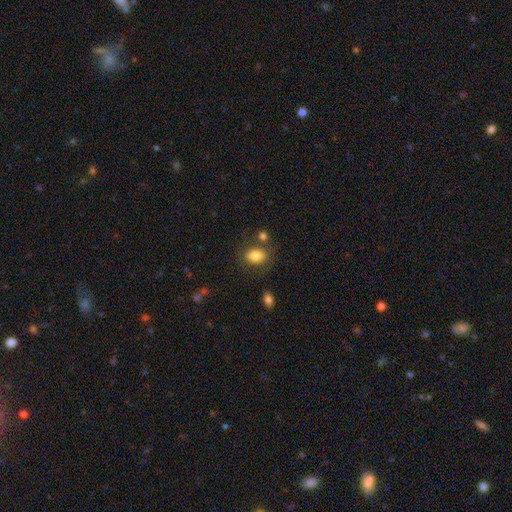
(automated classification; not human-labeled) Smooth or featured? Predicted: smooth (p=0.82). How rounded? Predicted: in between (p=0.68). Merging? Predicted: none (p=0.74).